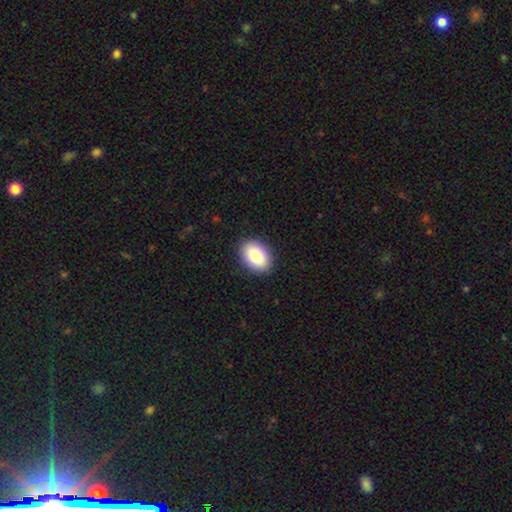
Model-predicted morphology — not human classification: This appears to be a smooth galaxy with no disk features (82%) that is in between round and cigar-shaped (80%). Merging: none (90%).